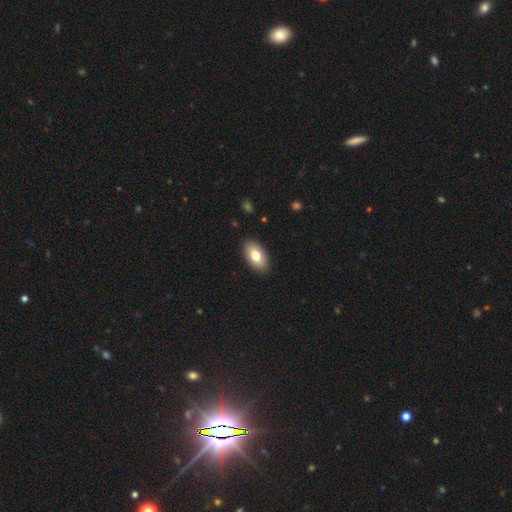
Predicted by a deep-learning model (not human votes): Smooth or featured?
  - smooth: 79% *
  - featured or disk: 15%
  - star or artifact: 6%
How rounded?
  - in between: 94% *
  - round: 3%
  - cigar-shaped: 3%
Merging?
  - none: 89% *
  - minor disturbance: 8%
  - major disturbance: 2%
  - merger: 1%